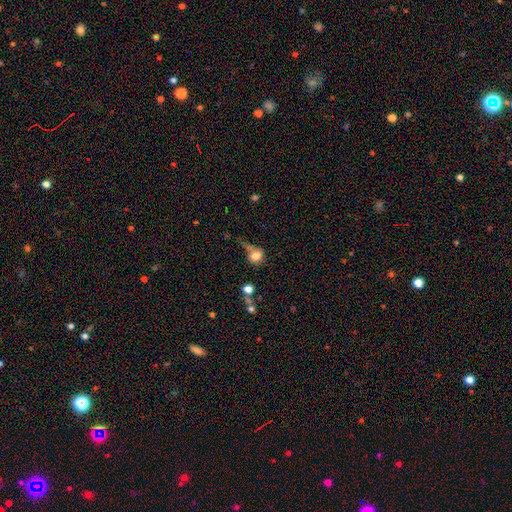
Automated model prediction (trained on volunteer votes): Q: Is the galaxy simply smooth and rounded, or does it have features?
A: smooth — 74%.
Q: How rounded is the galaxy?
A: round — 59%.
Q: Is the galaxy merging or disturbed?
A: none — 31%.